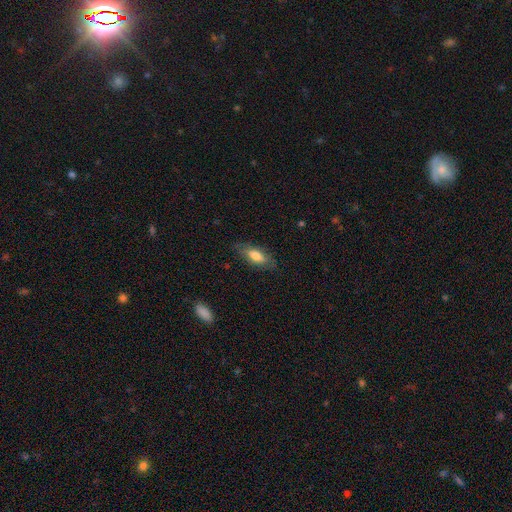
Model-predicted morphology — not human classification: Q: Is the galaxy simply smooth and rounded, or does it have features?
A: smooth — 69%.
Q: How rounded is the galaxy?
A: in between — 76%.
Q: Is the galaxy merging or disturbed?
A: none — 78%.